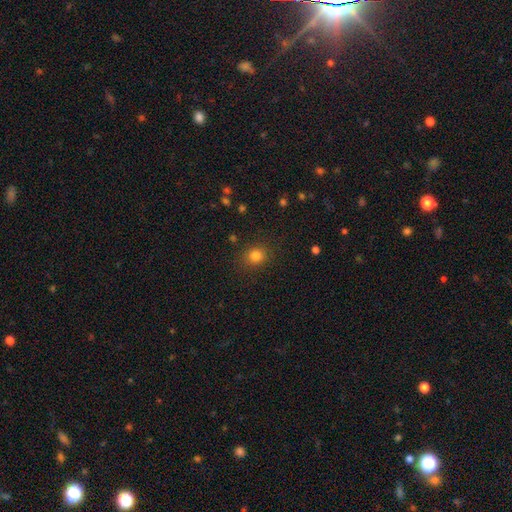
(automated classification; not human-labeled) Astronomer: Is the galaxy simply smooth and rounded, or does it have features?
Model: smooth — 81%.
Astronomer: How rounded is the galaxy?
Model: round — 76%.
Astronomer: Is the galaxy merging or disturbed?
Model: none — 86%.